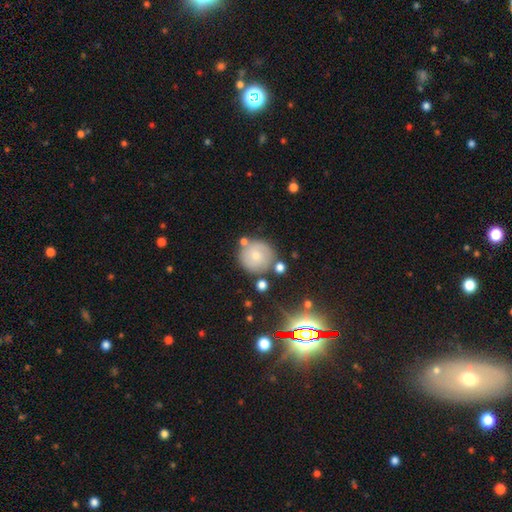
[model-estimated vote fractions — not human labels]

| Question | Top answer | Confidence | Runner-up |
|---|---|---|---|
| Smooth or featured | smooth | 63% | featured or disk (28%) |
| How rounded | round | 94% | in between (5%) |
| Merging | none | 74% | minor disturbance (13%) |